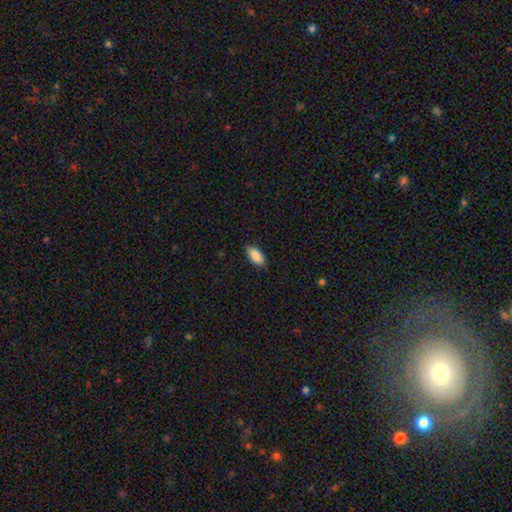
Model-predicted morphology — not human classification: type=smooth (89%); roundness=in between (91%); merging=none (85%).